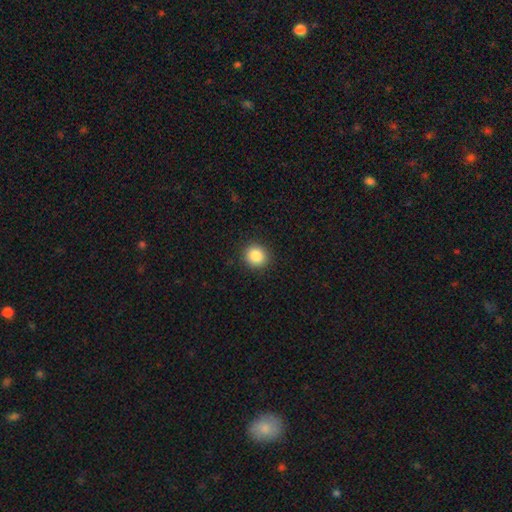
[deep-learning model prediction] A smooth galaxy with no disk features (86%) that is round (89%).

Vote fractions:
- Smooth or featured? smooth: 86% / star or artifact: 10% / featured or disk: 4%
- How rounded? round: 89% / in between: 10% / cigar-shaped: 1%
- Merging? none: 91% / minor disturbance: 6% / major disturbance: 2% / merger: 1%